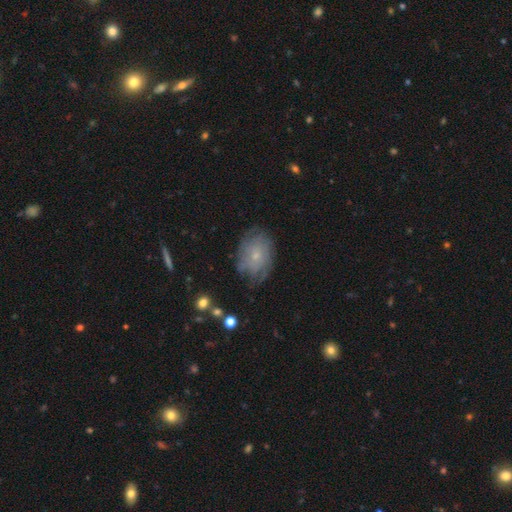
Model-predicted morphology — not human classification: This appears to be a featured or disk galaxy (53%) with no bar (85%), spiral arms (69%) and a small central bulge (73%). Merging: none (61%).